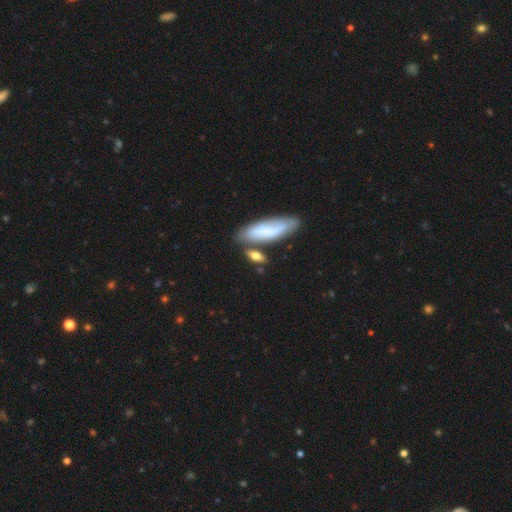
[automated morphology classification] This is likely a smooth galaxy (75%). How rounded: possibly in between (59%). Merging: likely none (60%).